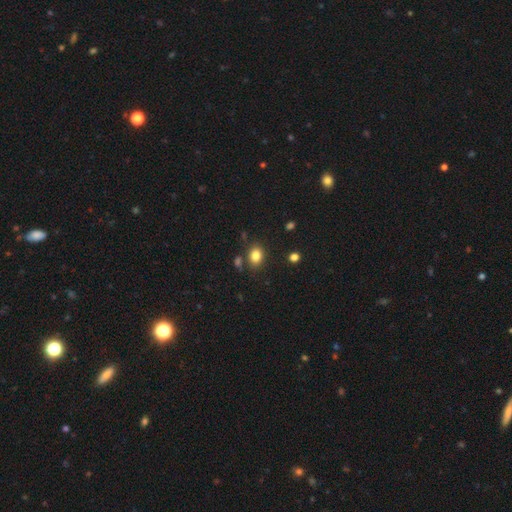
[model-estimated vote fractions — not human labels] Smooth or featured? smooth (83%)
How rounded? in between (62%)
Merging? none (79%)